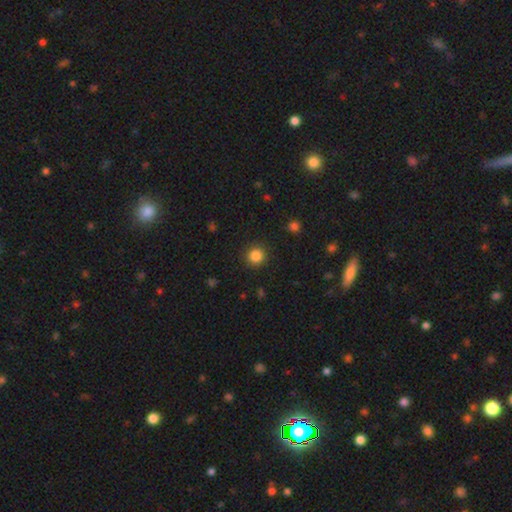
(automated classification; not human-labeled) Smooth or featured? smooth (85%)
How rounded? round (93%)
Merging? none (90%)